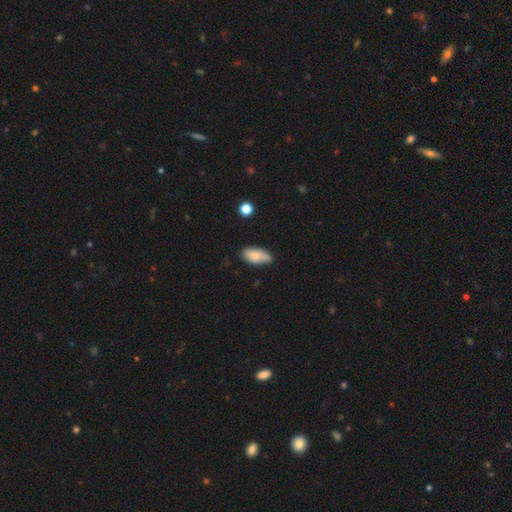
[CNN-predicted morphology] Smooth or featured?
  - smooth: 76% *
  - featured or disk: 17%
  - star or artifact: 7%
How rounded?
  - in between: 92% *
  - cigar-shaped: 5%
  - round: 3%
Merging?
  - none: 57% *
  - minor disturbance: 35%
  - major disturbance: 5%
  - merger: 2%